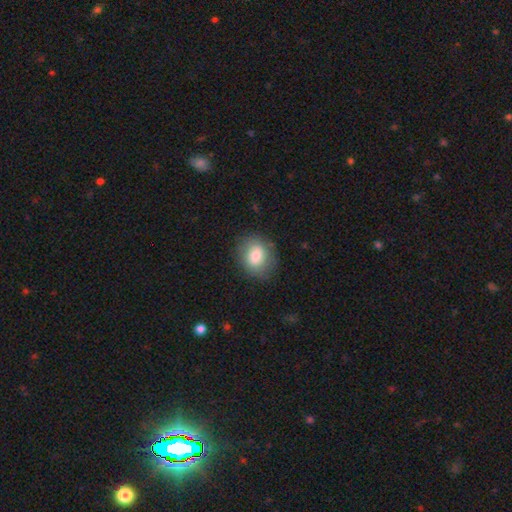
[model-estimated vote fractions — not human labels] Smooth or featured? Predicted: smooth (p=0.79). How rounded? Predicted: round (p=0.50). Merging? Predicted: none (p=0.82).